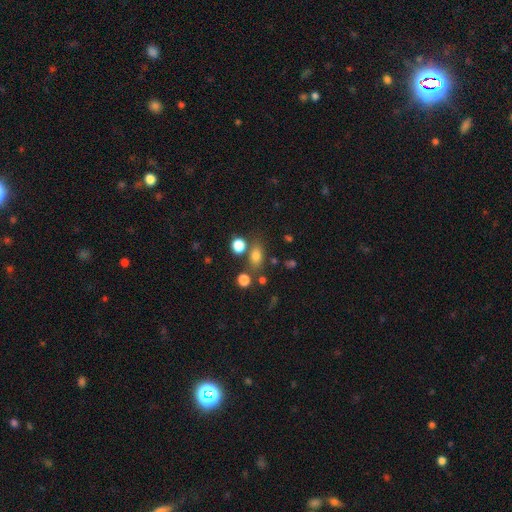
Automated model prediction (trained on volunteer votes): smooth-or-featured: smooth: 75% | star or artifact: 16% | featured or disk: 9%
  how-rounded: in between: 69% | round: 27% | cigar-shaped: 3%
  merging: none: 69% | merger: 13% | minor disturbance: 13% | major disturbance: 5%